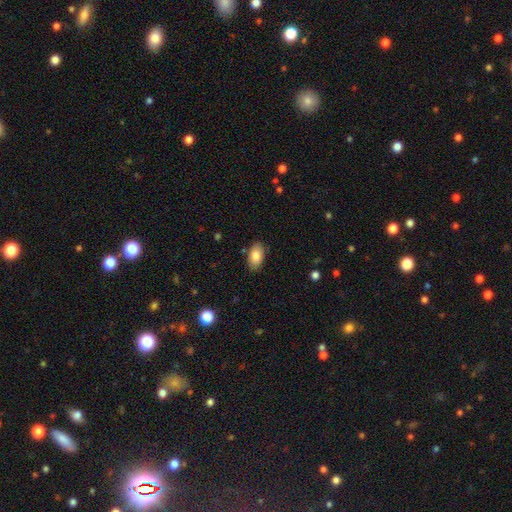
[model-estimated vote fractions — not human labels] Smooth or featured?
  - smooth: 85% *
  - featured or disk: 8%
  - star or artifact: 7%
How rounded?
  - in between: 94% *
  - round: 4%
  - cigar-shaped: 2%
Merging?
  - none: 85% *
  - minor disturbance: 11%
  - major disturbance: 2%
  - merger: 1%